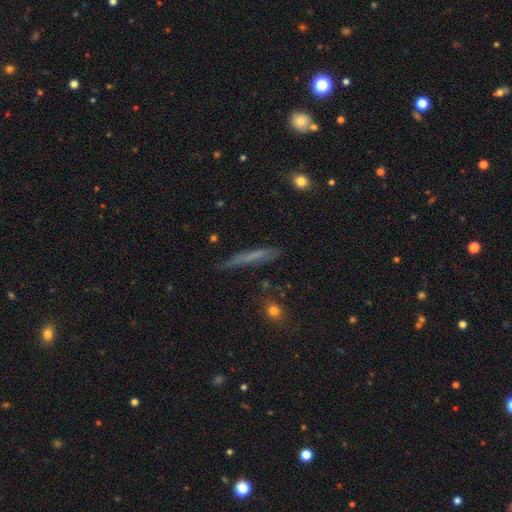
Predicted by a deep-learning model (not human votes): The model was most divided on "smooth or featured": smooth: 55%, featured or disk: 35%, star or artifact: 9%. More confident: how rounded — cigar-shaped (93%); merging — none (77%).